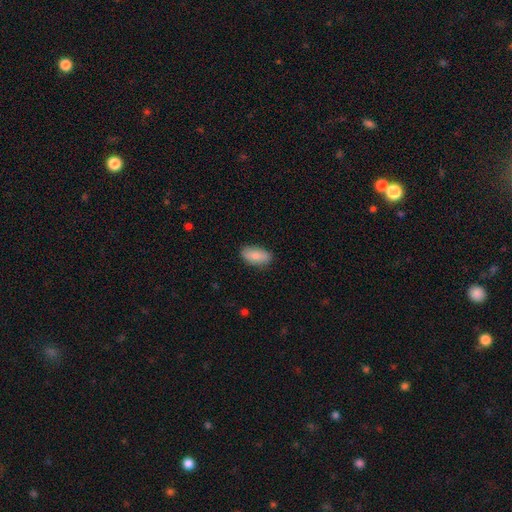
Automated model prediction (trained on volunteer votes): This is clearly a smooth galaxy (80%). How rounded: clearly in between (91%). Merging: clearly none (84%).